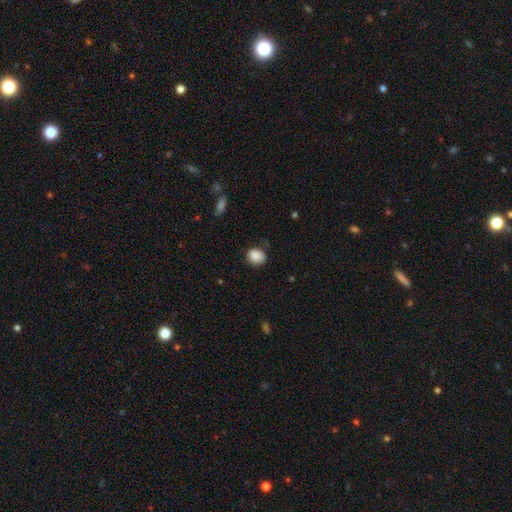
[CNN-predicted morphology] Overall: smooth (88%). How rounded: round (67%; in between 32%). Merging: none (77%).